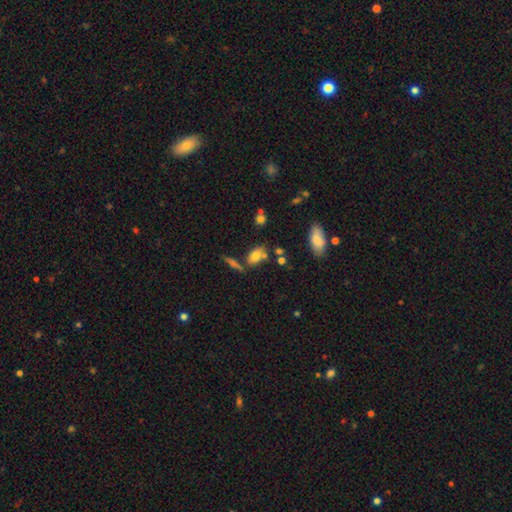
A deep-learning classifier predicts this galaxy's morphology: This is likely a smooth galaxy (73%). How rounded: clearly in between (85%). Merging: possibly none (60%).